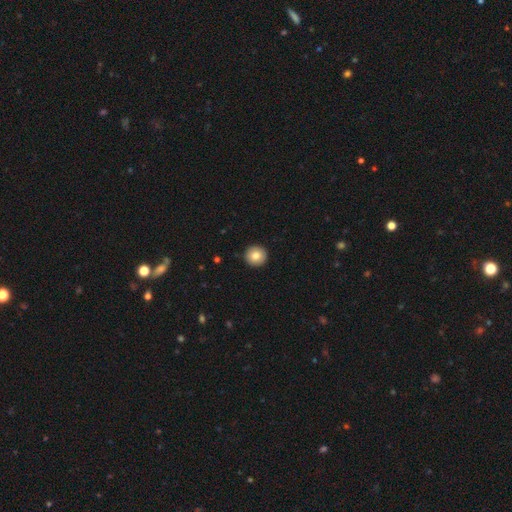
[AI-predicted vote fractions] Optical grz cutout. It shows a smooth galaxy with no disk features (83%) that is round (95%). Merging: none (93%).